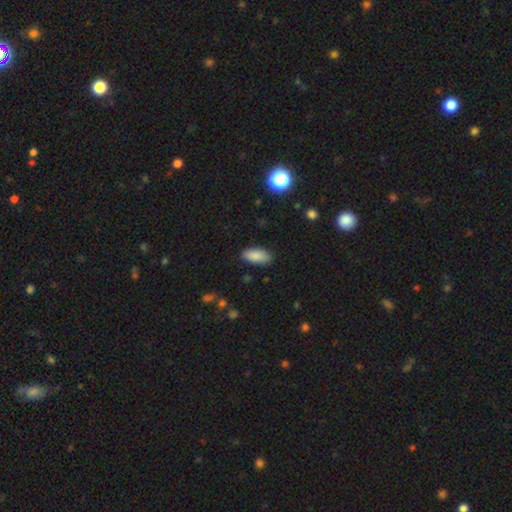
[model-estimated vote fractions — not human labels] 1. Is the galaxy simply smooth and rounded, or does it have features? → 87% smooth, 7% star or artifact, 5% featured or disk.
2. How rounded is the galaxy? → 88% in between, 10% cigar-shaped, 2% round.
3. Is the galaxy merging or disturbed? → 86% none, 11% minor disturbance, 2% major disturbance, 1% merger.